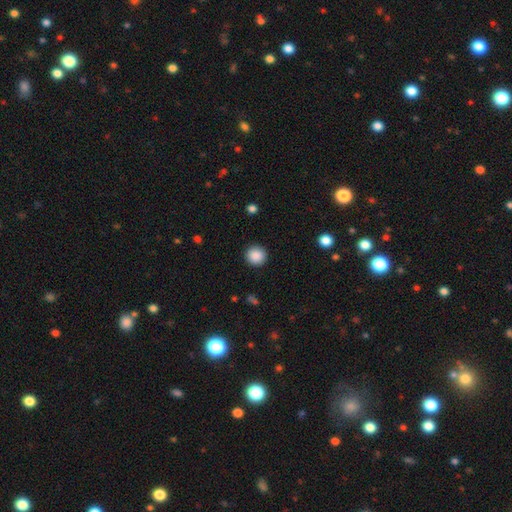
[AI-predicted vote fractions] Q: Smooth or featured?
A: smooth (88%); runner-up: star or artifact (9%)
Q: How rounded?
A: round (94%); runner-up: in between (5%)
Q: Merging?
A: none (92%); runner-up: minor disturbance (5%)